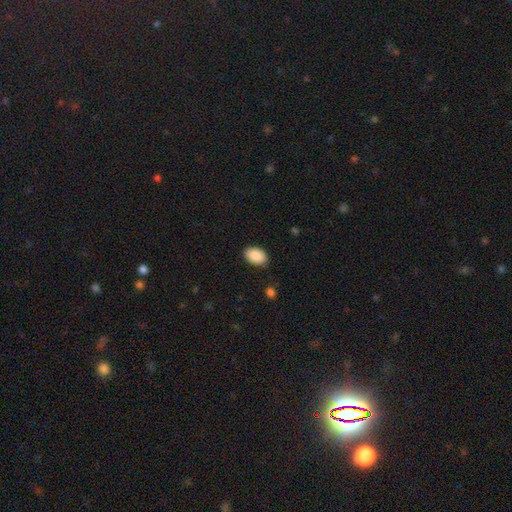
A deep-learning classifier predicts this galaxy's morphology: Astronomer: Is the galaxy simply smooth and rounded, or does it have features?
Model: smooth — 90%.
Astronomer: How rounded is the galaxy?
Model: in between — 91%.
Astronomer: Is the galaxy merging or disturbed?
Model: none — 87%.